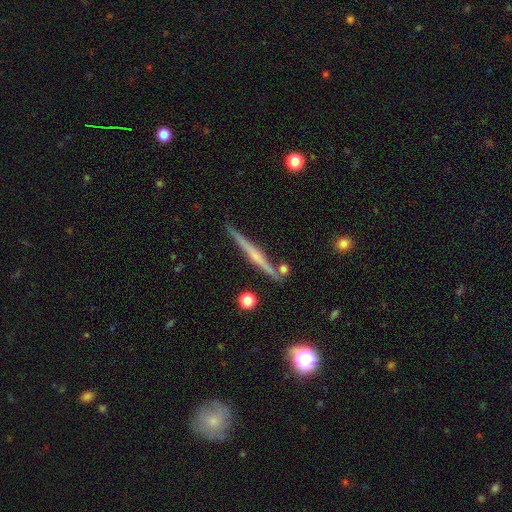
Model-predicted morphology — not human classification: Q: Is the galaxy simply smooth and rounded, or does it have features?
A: featured or disk — 69%.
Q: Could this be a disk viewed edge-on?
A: yes — 98%.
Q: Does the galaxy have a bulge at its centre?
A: rounded — 46%.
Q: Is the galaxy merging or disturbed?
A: none — 87%.